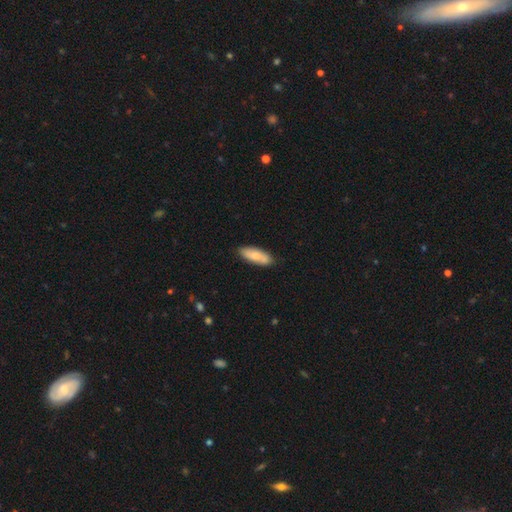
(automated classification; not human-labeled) Q: Smooth or featured?
A: smooth (74%); runner-up: featured or disk (21%)
Q: How rounded?
A: in between (67%); runner-up: cigar-shaped (31%)
Q: Merging?
A: none (83%); runner-up: minor disturbance (13%)